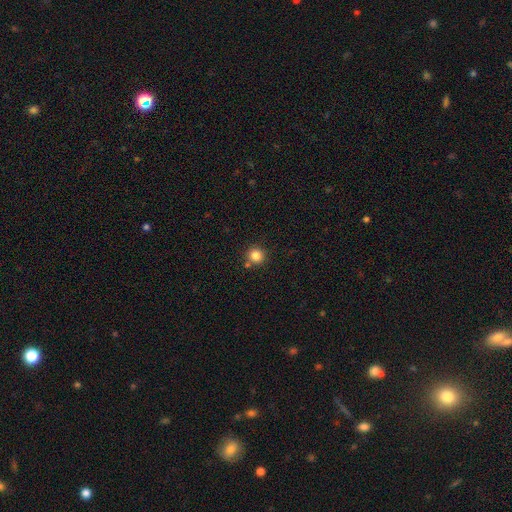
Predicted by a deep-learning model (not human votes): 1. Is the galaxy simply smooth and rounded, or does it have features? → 83% smooth, 12% star or artifact, 5% featured or disk.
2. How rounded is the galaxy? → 93% round, 6% in between, 1% cigar-shaped.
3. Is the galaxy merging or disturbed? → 81% none, 9% merger, 8% minor disturbance, 2% major disturbance.